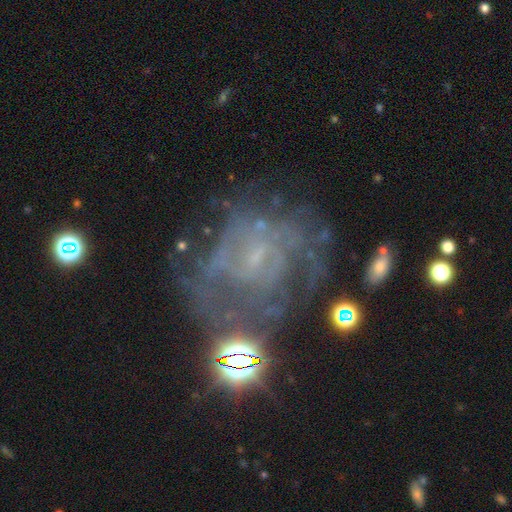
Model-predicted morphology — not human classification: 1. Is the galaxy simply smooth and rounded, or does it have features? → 70% featured or disk, 17% star or artifact, 13% smooth.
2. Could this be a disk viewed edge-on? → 97% no, 3% yes.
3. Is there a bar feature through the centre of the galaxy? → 53% no, 38% weak, 9% strong.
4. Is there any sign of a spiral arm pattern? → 69% yes, 31% no.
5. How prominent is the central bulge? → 56% small, 30% none, 12% moderate, 1% large, 1% dominant.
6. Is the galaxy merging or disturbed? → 53% none, 23% major disturbance, 19% minor disturbance, 6% merger.